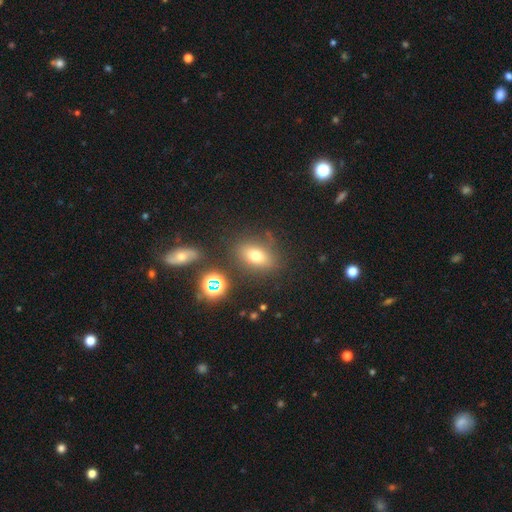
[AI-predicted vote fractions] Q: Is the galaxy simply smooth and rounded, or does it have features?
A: smooth — 67%.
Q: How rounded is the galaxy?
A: in between — 71%.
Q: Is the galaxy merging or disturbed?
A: none — 75%.